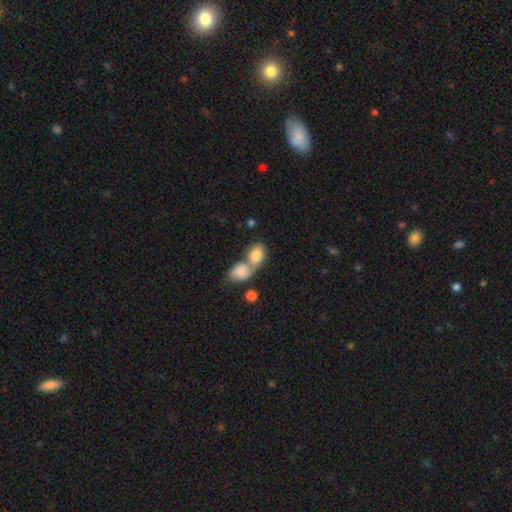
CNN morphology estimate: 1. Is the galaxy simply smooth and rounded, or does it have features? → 83% smooth, 11% featured or disk, 7% star or artifact.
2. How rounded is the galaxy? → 82% in between, 16% round, 2% cigar-shaped.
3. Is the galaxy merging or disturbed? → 69% merger, 21% none, 7% minor disturbance, 3% major disturbance.